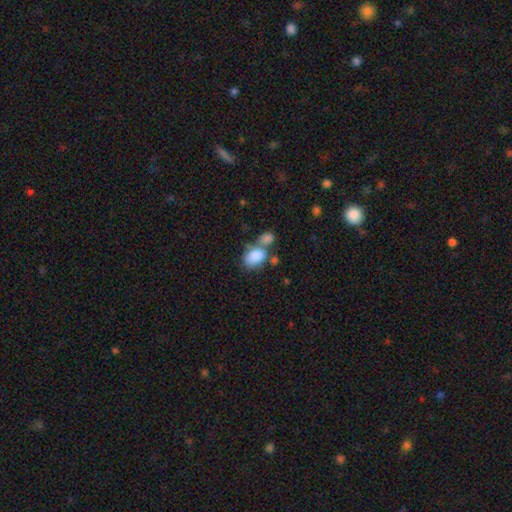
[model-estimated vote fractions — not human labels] This is clearly a smooth galaxy (84%). How rounded: clearly in between (85%). Merging: possibly merger (49%).